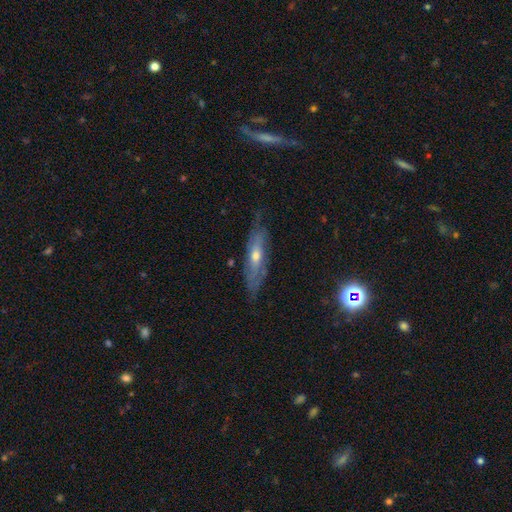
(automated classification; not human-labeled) Smooth or featured? featured or disk (64%)
Edge-on disk? yes (51%)
Merging? none (76%)